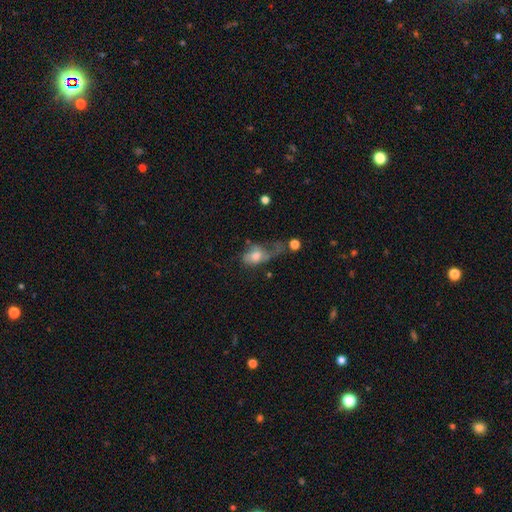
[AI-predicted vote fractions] A smooth galaxy with no disk features (54%) that is in between round and cigar-shaped (73%). Merging: major disturbance (52%).